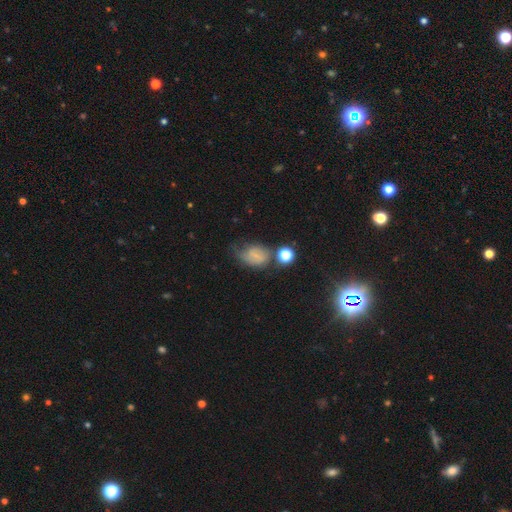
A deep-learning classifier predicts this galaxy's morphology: smooth_or_featured: smooth (p=0.55) [alt: featured or disk p=0.30]
how_rounded: in between (p=0.68) [alt: round p=0.31]
merging: none (p=0.36) [alt: minor disturbance p=0.31]